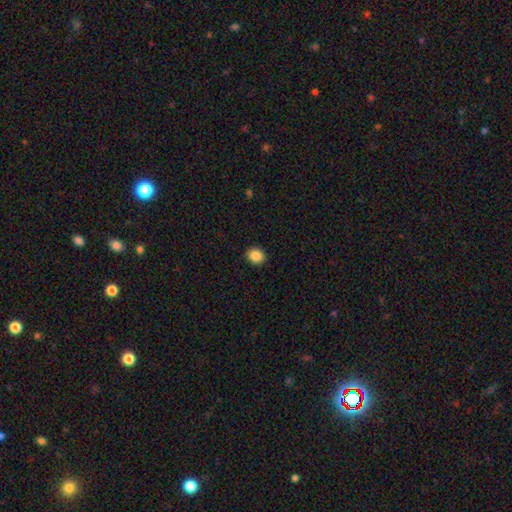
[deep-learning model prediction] A smooth galaxy with no disk features (87%) that is round (78%).

Vote fractions:
- Smooth or featured? smooth: 87% / star or artifact: 9% / featured or disk: 4%
- How rounded? round: 78% / in between: 21% / cigar-shaped: 1%
- Merging? none: 92% / minor disturbance: 6% / major disturbance: 2% / merger: 1%